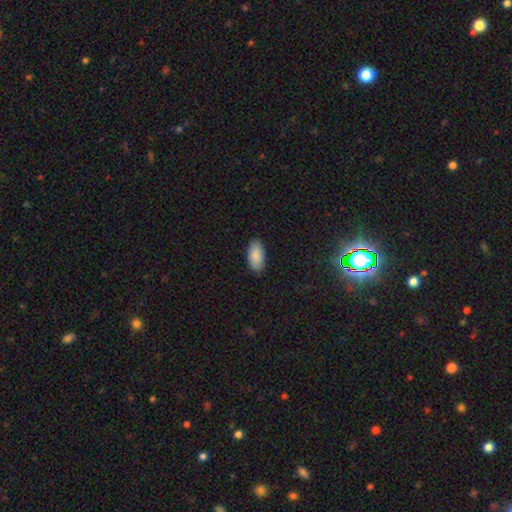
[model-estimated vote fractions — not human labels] Q: Smooth or featured?
A: smooth (89%); runner-up: star or artifact (6%)
Q: How rounded?
A: in between (93%); runner-up: cigar-shaped (5%)
Q: Merging?
A: none (86%); runner-up: minor disturbance (11%)